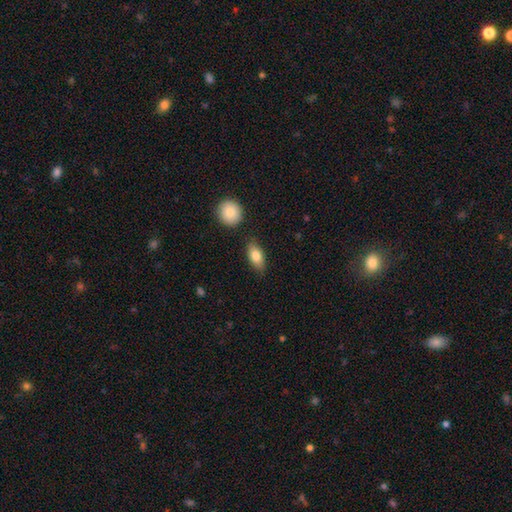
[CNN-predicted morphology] Q: Smooth or featured?
A: smooth (79%); runner-up: featured or disk (14%)
Q: How rounded?
A: in between (85%); runner-up: cigar-shaped (10%)
Q: Merging?
A: none (79%); runner-up: minor disturbance (13%)